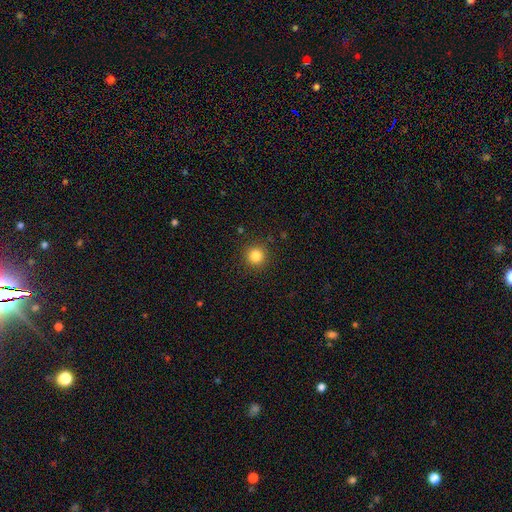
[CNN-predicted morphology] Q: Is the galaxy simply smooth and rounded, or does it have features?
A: smooth — 83%.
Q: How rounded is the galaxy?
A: round — 95%.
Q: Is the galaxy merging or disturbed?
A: none — 91%.